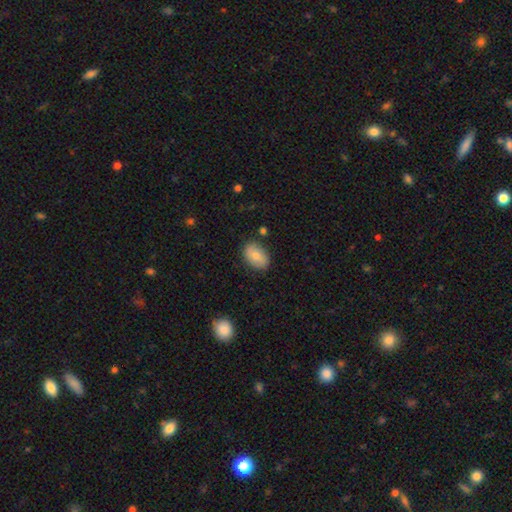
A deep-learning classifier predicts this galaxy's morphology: The model was most divided on "smooth or featured": smooth: 75%, featured or disk: 18%, star or artifact: 7%. More confident: how rounded — in between (86%); merging — none (81%).